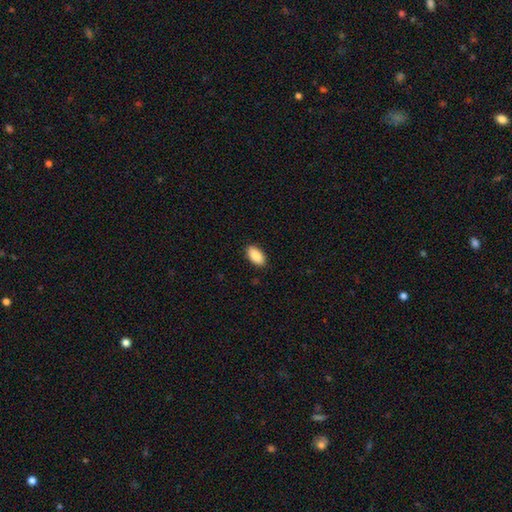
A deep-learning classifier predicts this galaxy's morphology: Overall: smooth (89%). How rounded: in between (93%). Merging: none (88%).